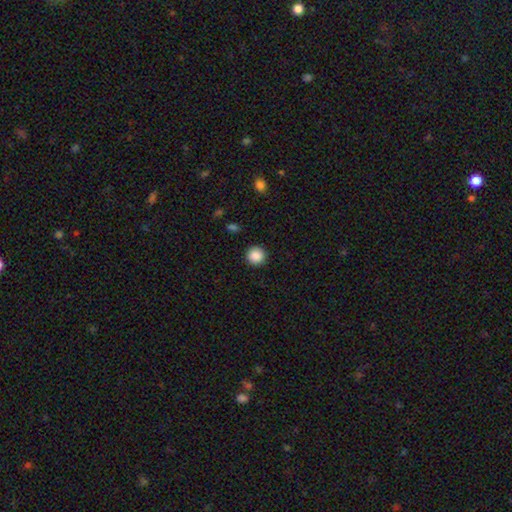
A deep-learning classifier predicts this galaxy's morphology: The model was most divided on "smooth or featured": smooth: 88%, star or artifact: 9%, featured or disk: 3%. More confident: how rounded — round (94%); merging — none (92%).